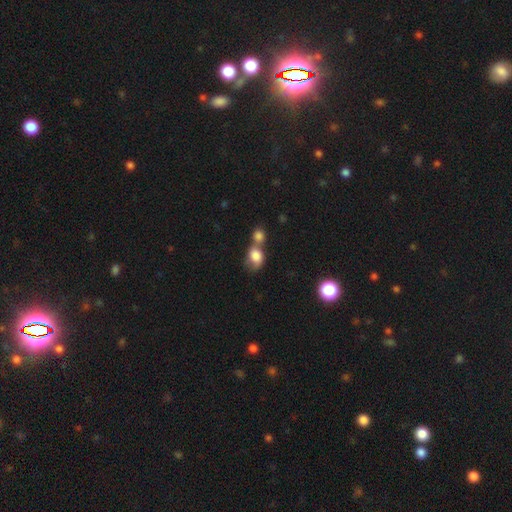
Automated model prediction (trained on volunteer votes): A smooth galaxy with no disk features (80%) that is in between round and cigar-shaped (52%).

Vote fractions:
- Smooth or featured? smooth: 80% / featured or disk: 11% / star or artifact: 9%
- How rounded? in between: 52% / round: 47% / cigar-shaped: 2%
- Merging? merger: 66% / none: 19% / minor disturbance: 9% / major disturbance: 6%